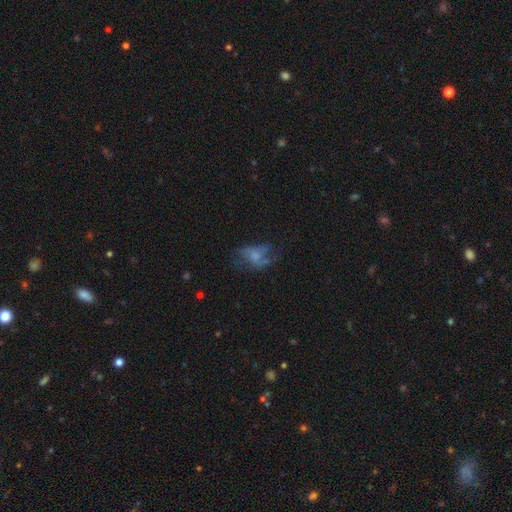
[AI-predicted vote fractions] Morphology: type=featured or disk (55%); edge-on=no (96%); bar=no (74%); spiral arms=yes (59%); bulge=none (31%); merging=none (41%).